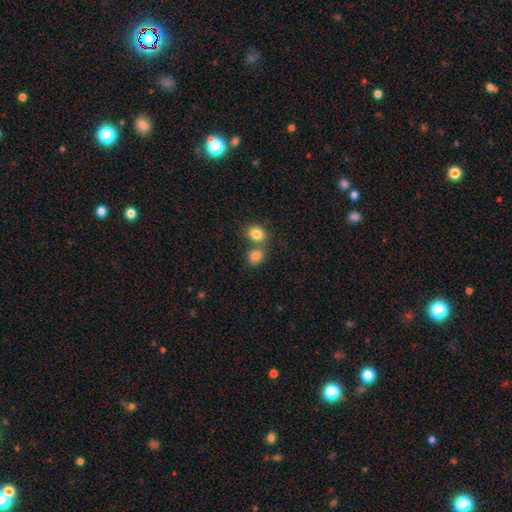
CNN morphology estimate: Smooth or featured: smooth — 82% (star or artifact — 10%)
How rounded: round — 53% (in between — 46%)
Merging: none — 45% (merger — 44%)